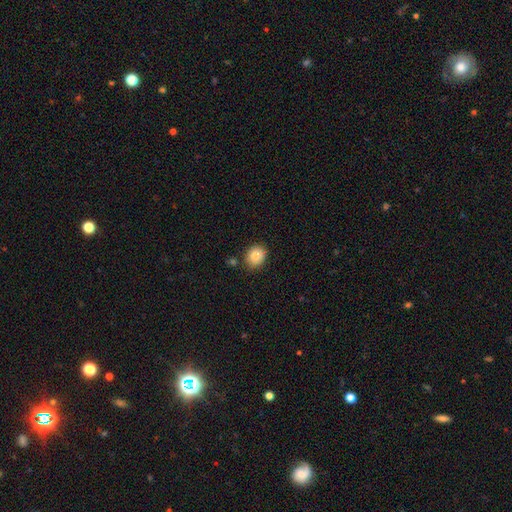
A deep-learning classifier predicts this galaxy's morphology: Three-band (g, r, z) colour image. It shows a smooth galaxy with no disk features (88%) that is round (61%). Merging: none (79%).